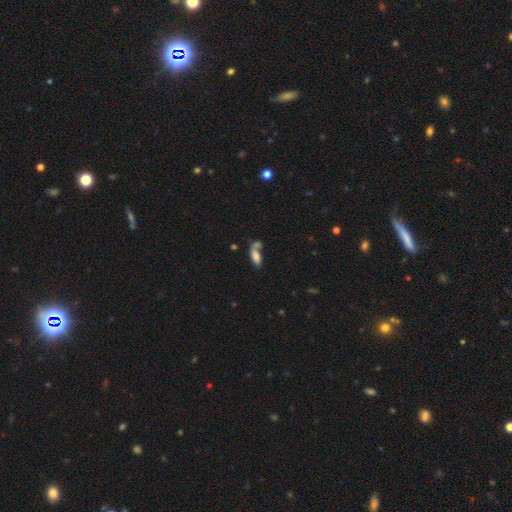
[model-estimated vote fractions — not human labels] smooth_or_featured: smooth (p=0.76) [alt: featured or disk p=0.15]
how_rounded: in between (p=0.78) [alt: cigar-shaped p=0.20]
merging: merger (p=0.41) [alt: none p=0.36]